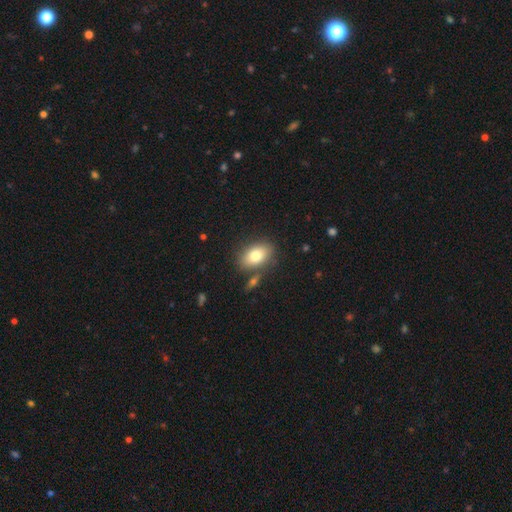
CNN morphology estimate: This appears to be a smooth galaxy with no disk features (78%) that is in between round and cigar-shaped (86%). Merging: none (76%).